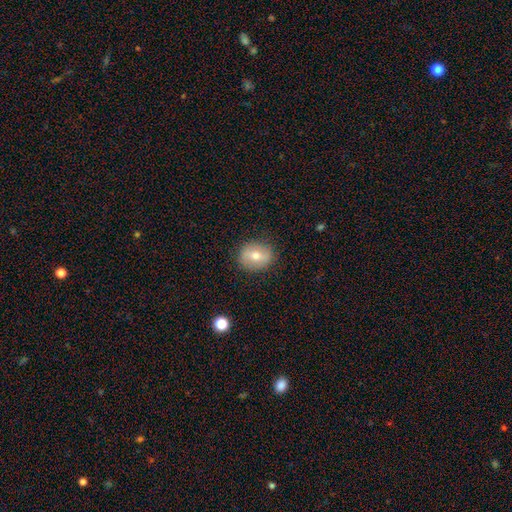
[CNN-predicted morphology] Smooth or featured? smooth (64%)
How rounded? round (64%)
Merging? none (86%)